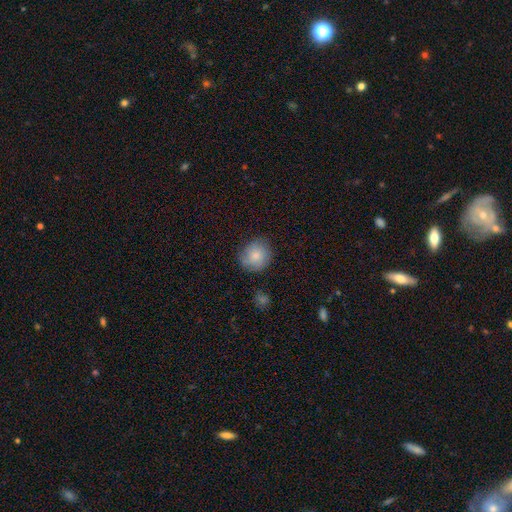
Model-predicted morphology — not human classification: Smooth or featured: smooth — 79% (featured or disk — 13%)
How rounded: round — 82% (in between — 17%)
Merging: none — 74% (minor disturbance — 20%)